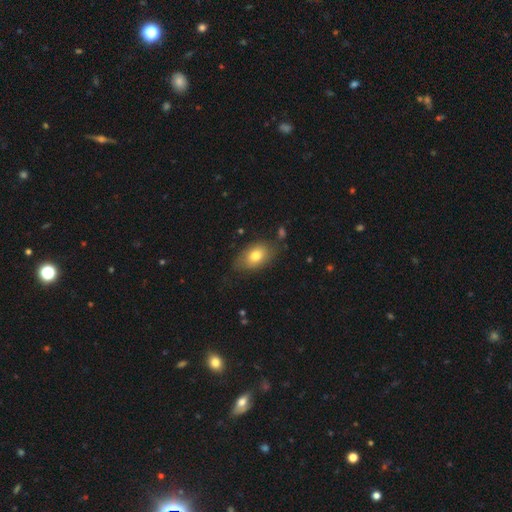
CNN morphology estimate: Overall: smooth (77%). How rounded: in between (87%). Merging: none (73%).